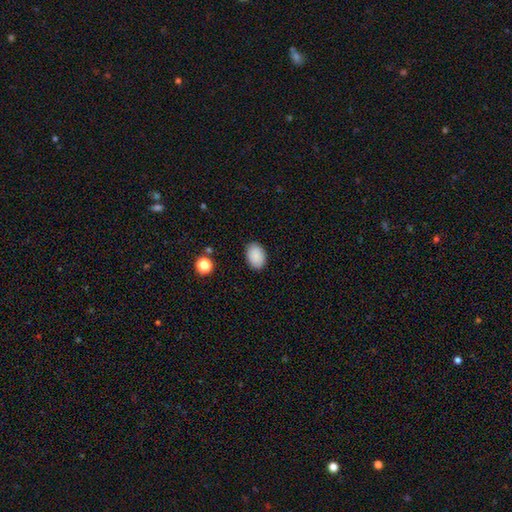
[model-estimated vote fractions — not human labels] Morphology: type=smooth (89%); roundness=in between (85%); merging=none (87%).